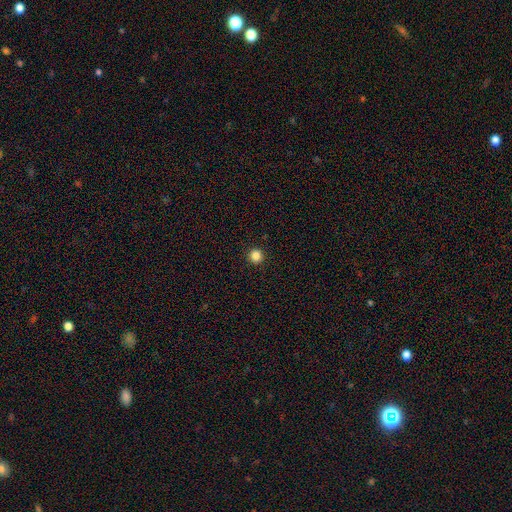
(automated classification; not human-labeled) Smooth or featured? Predicted: smooth (p=0.85). How rounded? Predicted: round (p=0.96). Merging? Predicted: none (p=0.94).